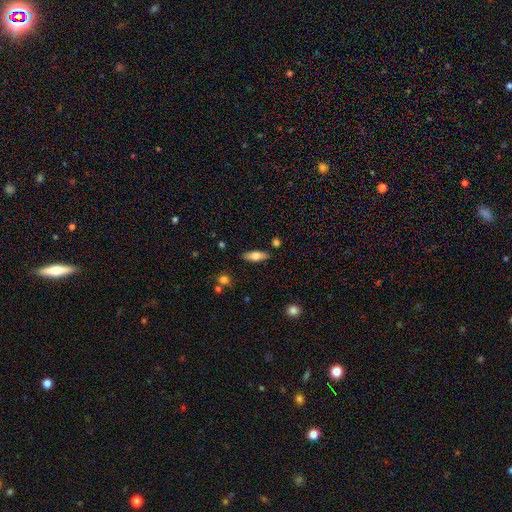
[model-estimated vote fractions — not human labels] smooth 67%, featured or disk 26%, star or artifact 7%. Down the decision tree: how rounded — in between (67%); merging — none (84%).